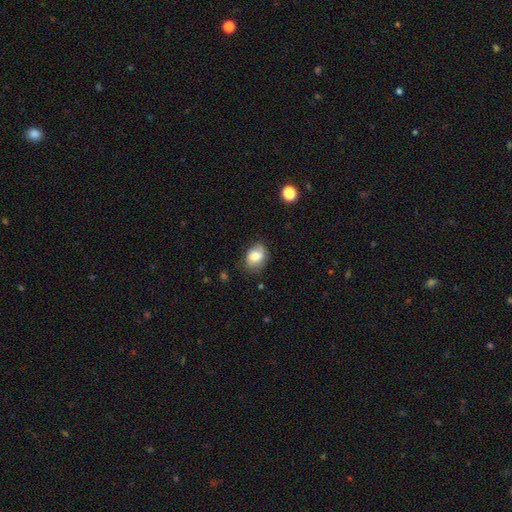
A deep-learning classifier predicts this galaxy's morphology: This appears to be a smooth galaxy with no disk features (72%) that is in between round and cigar-shaped (67%). Merging: none (63%).